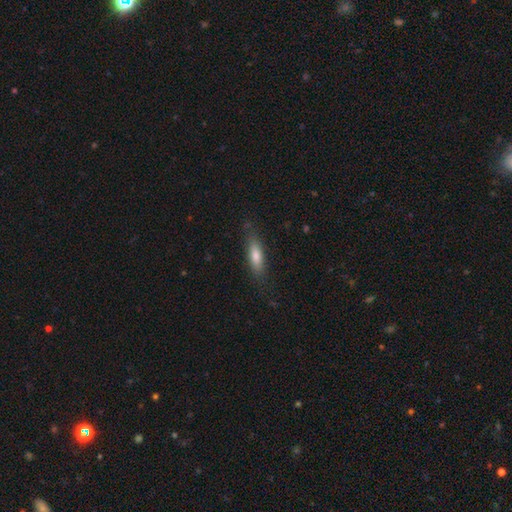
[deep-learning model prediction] Smooth or featured? smooth (73%)
How rounded? cigar-shaped (57%)
Merging? none (80%)